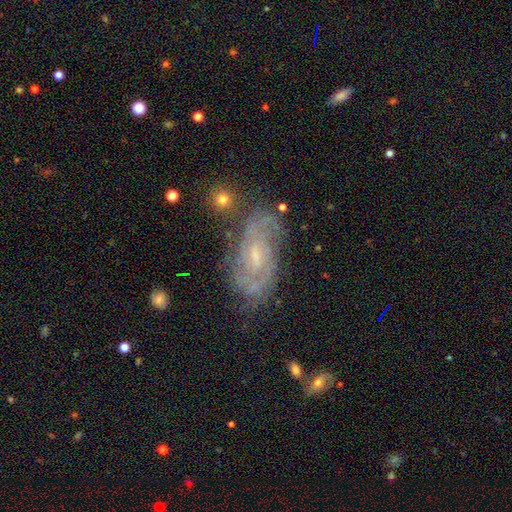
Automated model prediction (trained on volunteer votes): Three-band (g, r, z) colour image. It shows a featured or disk galaxy (79%) with a weak bar (47%), 2 (45%) tight (54%) spiral arms (95%) and a small central bulge (64%). Merging: none (75%).